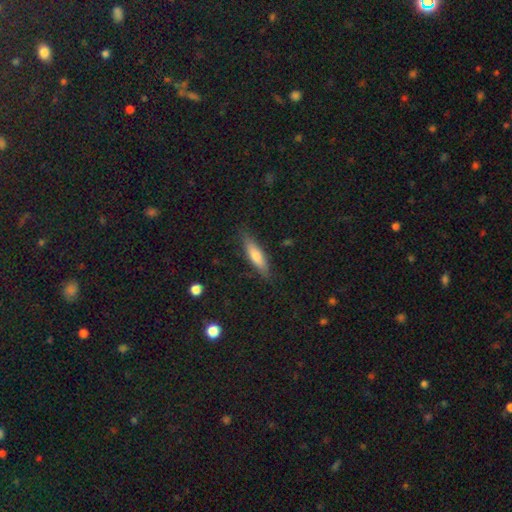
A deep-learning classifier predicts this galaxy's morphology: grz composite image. It shows a smooth galaxy with no disk features (64%) that is cigar-shaped (71%). Merging: none (84%).